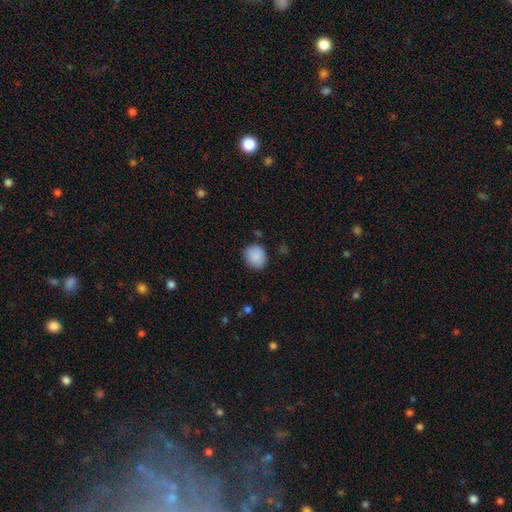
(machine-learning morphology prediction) A smooth galaxy with no disk features (89%) that is round (65%). Merging: none (80%).